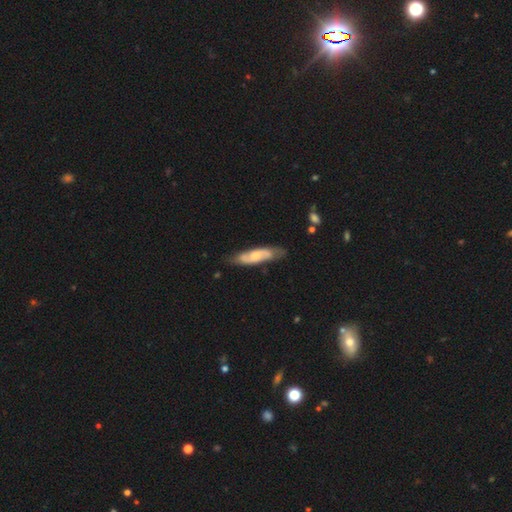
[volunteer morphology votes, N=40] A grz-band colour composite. It shows a featured or disk galaxy (55%) with no bar (75%), 2 (70%) tight (80%) spiral arms (62%) and a moderate central bulge (62%). Merging: none (74%).